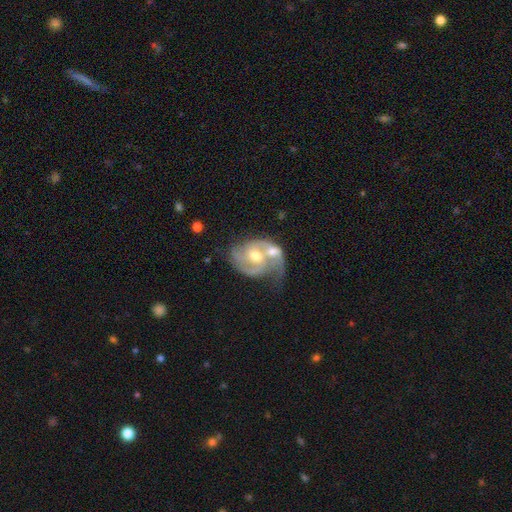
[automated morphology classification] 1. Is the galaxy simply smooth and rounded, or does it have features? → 81% featured or disk, 13% smooth, 6% star or artifact.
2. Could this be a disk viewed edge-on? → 97% no, 3% yes.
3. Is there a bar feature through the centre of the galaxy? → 51% no, 38% weak, 10% strong.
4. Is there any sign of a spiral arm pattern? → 89% yes, 11% no.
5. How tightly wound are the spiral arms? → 49% medium, 28% tight, 23% loose.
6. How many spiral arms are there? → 72% 2, 12% can't tell, 7% 1, 7% 3, 2% 4, 2% more than 4.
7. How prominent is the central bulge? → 72% moderate, 20% small, 5% large, 2% none, 1% dominant.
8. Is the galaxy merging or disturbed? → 52% merger, 23% none, 13% minor disturbance, 12% major disturbance.